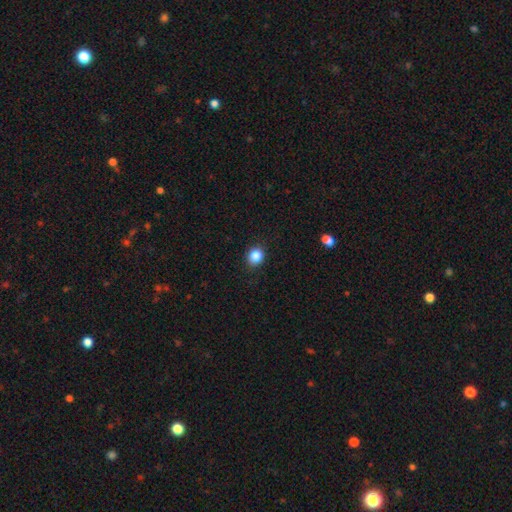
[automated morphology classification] Overall: smooth (85%). How rounded: round (77%). Merging: none (88%).